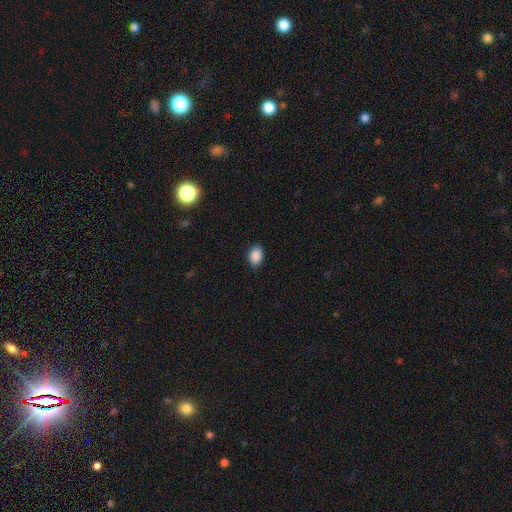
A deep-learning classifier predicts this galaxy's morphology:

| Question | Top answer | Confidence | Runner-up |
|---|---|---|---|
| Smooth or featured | smooth | 88% | star or artifact (8%) |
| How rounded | in between | 82% | round (17%) |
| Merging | none | 88% | minor disturbance (9%) |